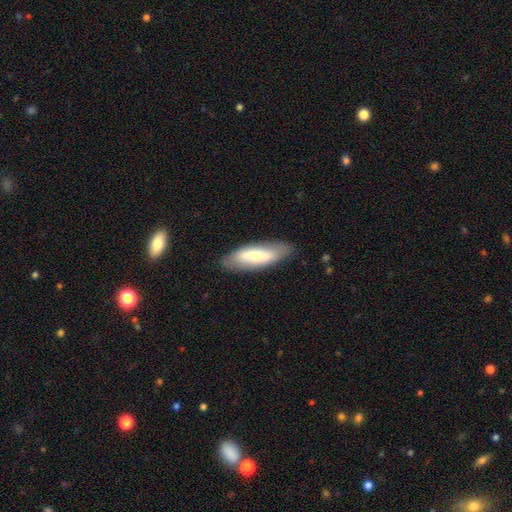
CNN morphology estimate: smooth_or_featured: smooth (p=0.65) [alt: featured or disk p=0.29]
how_rounded: in between (p=0.53) [alt: cigar-shaped p=0.45]
merging: none (p=0.82) [alt: minor disturbance p=0.14]